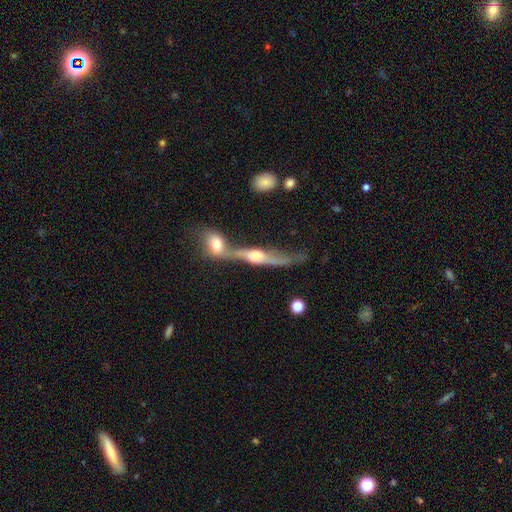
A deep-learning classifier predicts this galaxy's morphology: Smooth or featured?
  - featured or disk: 75% *
  - smooth: 18%
  - star or artifact: 7%
Edge-on disk?
  - yes: 77% *
  - no: 23%
Edge-on bulge?
  - rounded: 89% *
  - boxy: 6%
  - none: 4%
Merging?
  - merger: 55% *
  - none: 27%
  - minor disturbance: 11%
  - major disturbance: 8%